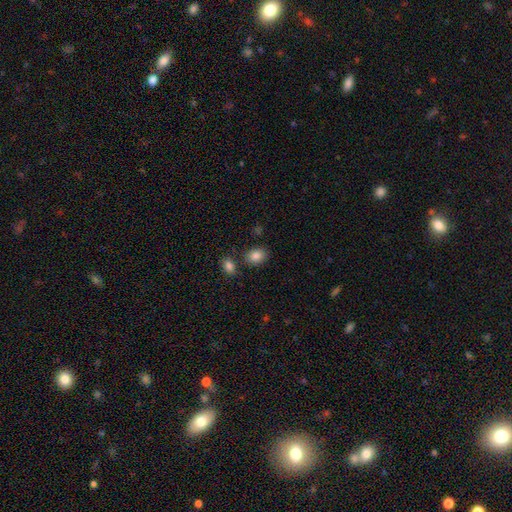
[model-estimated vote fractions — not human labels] Smooth or featured?
  - smooth: 86% *
  - star or artifact: 9%
  - featured or disk: 5%
How rounded?
  - in between: 64% *
  - round: 34%
  - cigar-shaped: 1%
Merging?
  - none: 78% *
  - minor disturbance: 11%
  - merger: 8%
  - major disturbance: 3%